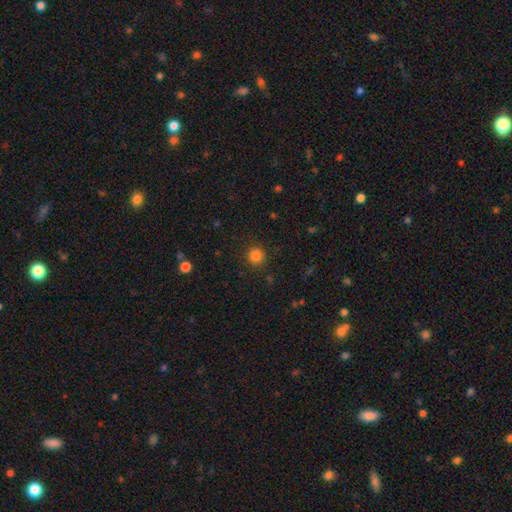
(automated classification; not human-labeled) smooth_or_featured: smooth (p=0.84) [alt: star or artifact p=0.13]
how_rounded: round (p=0.92) [alt: in between p=0.07]
merging: none (p=0.90) [alt: minor disturbance p=0.07]